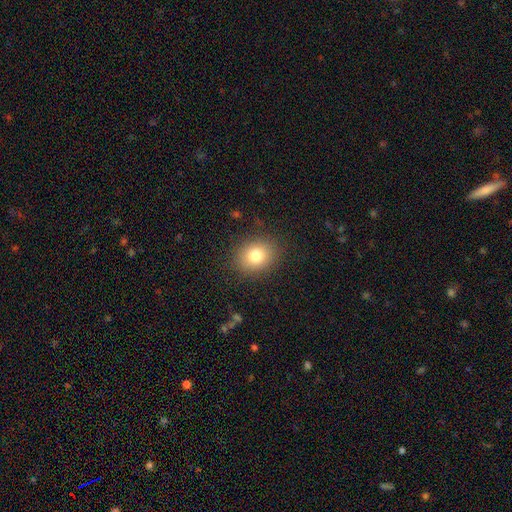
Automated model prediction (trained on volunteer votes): This appears to be a smooth galaxy with no disk features (79%) that is round (57%). Merging: none (87%).